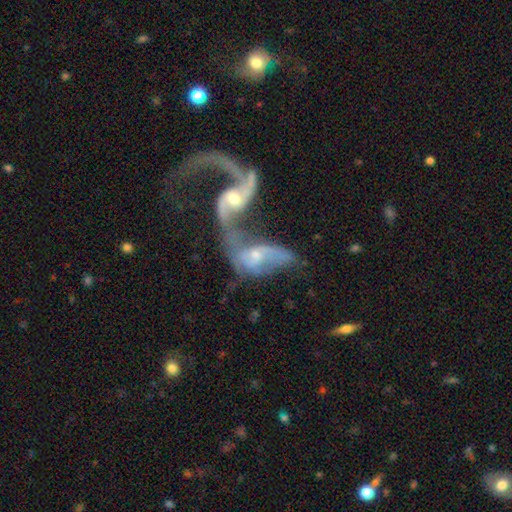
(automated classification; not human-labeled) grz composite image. It shows a featured or disk galaxy (78%) with no bar (55%), 2 (74%) loose (77%) spiral arms (85%) and a small central bulge (48%). Merging: merger (80%).